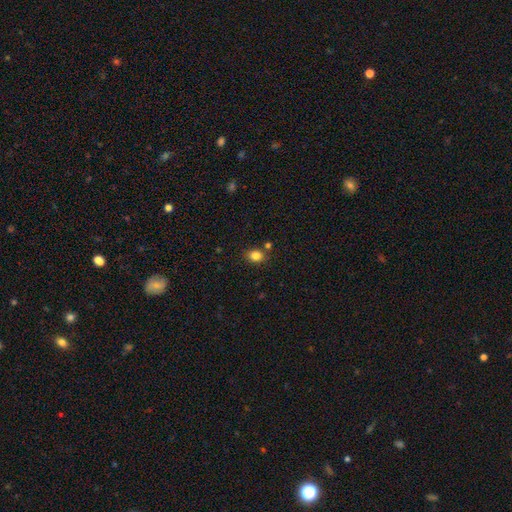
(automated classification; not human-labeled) Smooth or featured? Predicted: smooth (p=0.82). How rounded? Predicted: round (p=0.50). Merging? Predicted: none (p=0.80).